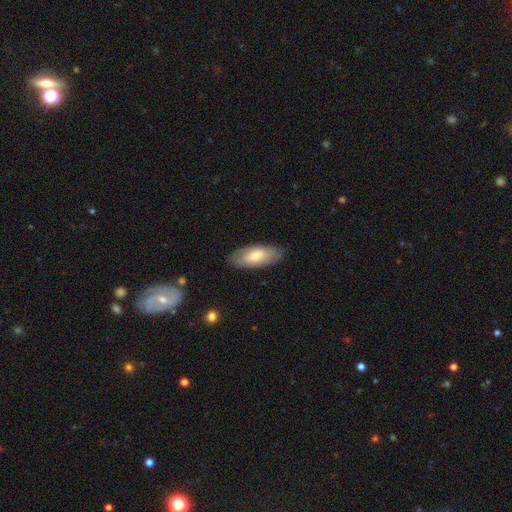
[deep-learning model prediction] smooth_or_featured: smooth (p=0.67) [alt: featured or disk p=0.27]
how_rounded: in between (p=0.82) [alt: cigar-shaped p=0.15]
merging: none (p=0.84) [alt: minor disturbance p=0.13]